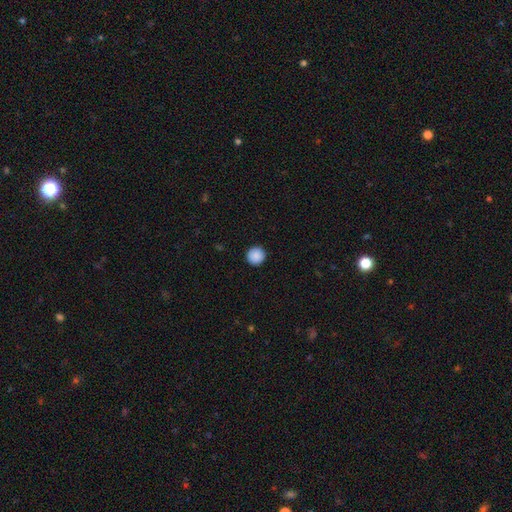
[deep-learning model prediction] This is clearly a smooth galaxy (89%). How rounded: clearly round (95%). Merging: clearly none (93%).